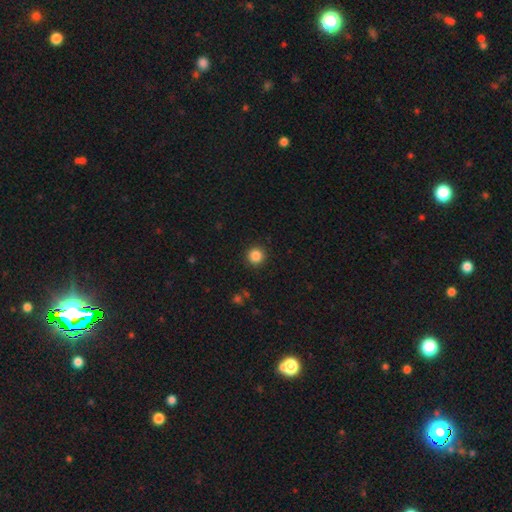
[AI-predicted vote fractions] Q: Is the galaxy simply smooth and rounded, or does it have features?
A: smooth — 86%.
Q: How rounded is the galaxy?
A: round — 95%.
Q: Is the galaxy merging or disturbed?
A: none — 92%.